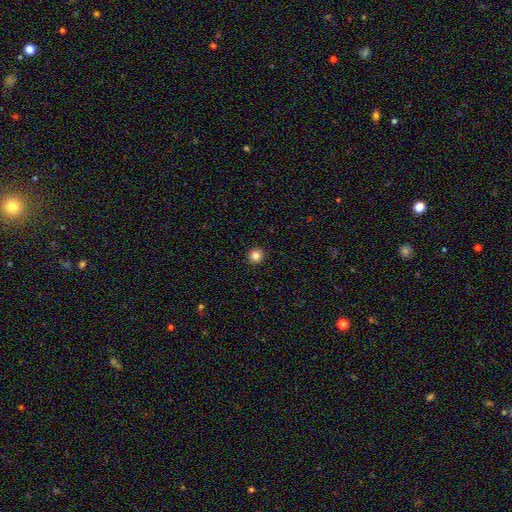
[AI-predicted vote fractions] A smooth galaxy with no disk features (84%) that is round (94%).

Vote fractions:
- Smooth or featured? smooth: 84% / star or artifact: 12% / featured or disk: 4%
- How rounded? round: 94% / in between: 5% / cigar-shaped: 1%
- Merging? none: 93% / minor disturbance: 4% / major disturbance: 1% / merger: 1%